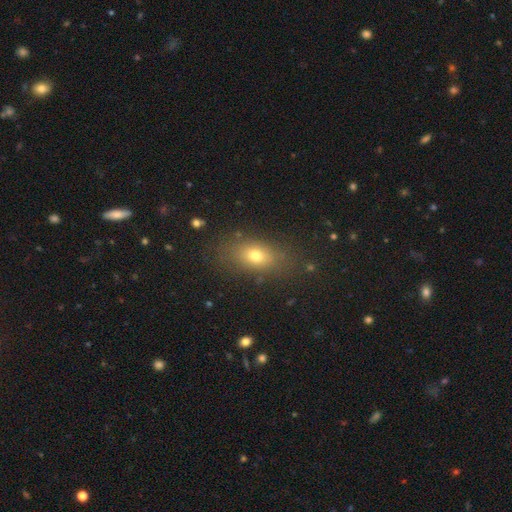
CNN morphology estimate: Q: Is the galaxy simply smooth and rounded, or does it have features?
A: smooth — 73%.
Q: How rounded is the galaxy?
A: in between — 77%.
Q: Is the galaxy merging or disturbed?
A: none — 80%.